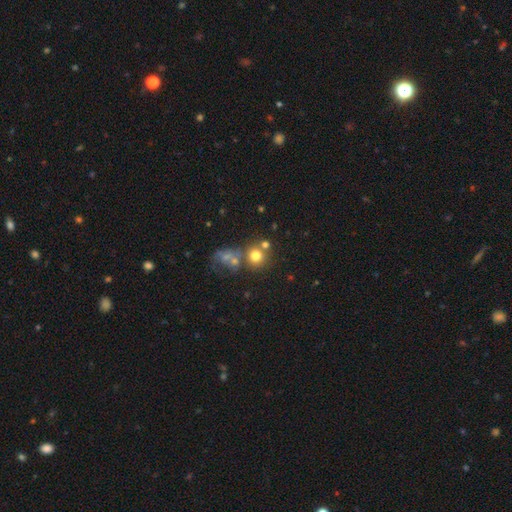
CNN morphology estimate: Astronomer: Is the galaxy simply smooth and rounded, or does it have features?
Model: smooth — 72%.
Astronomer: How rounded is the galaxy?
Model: round — 88%.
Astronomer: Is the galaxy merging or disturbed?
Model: none — 59%.